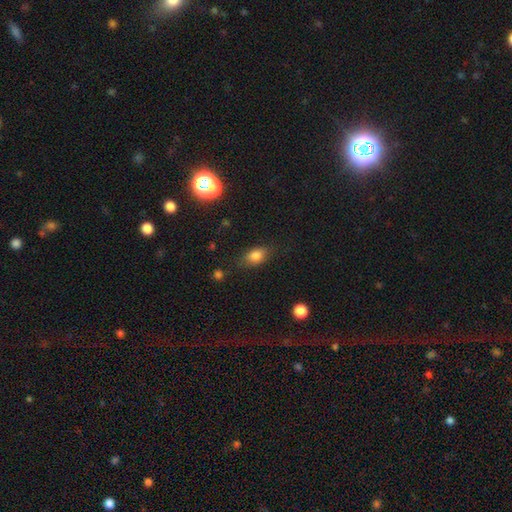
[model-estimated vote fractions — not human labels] Overall: smooth (80%). How rounded: in between (79%). Merging: none (76%).